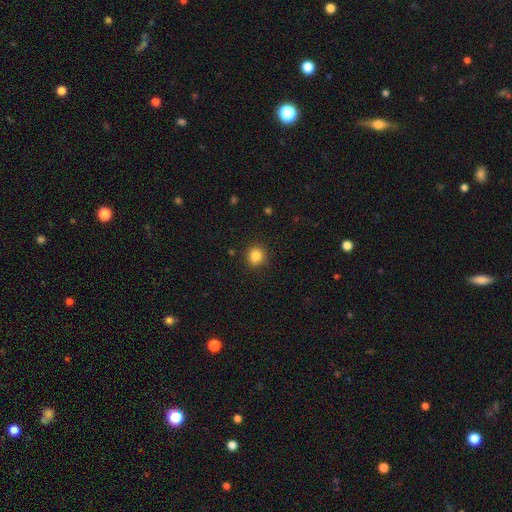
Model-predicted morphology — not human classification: A smooth galaxy with no disk features (85%) that is round (90%). Merging: none (89%).